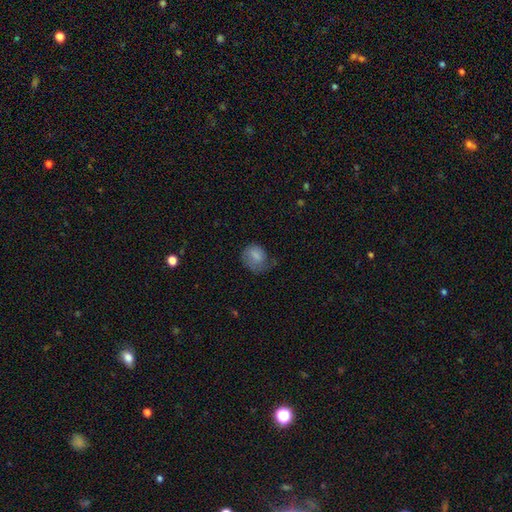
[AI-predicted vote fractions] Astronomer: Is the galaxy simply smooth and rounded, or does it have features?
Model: smooth — 71%.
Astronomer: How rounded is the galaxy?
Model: round — 63%.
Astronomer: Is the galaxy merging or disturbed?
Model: none — 40% (runner-up: minor disturbance, 32%).